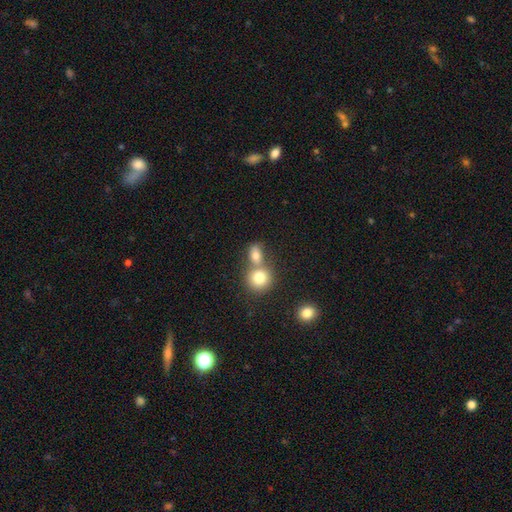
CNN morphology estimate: smooth_or_featured: smooth (p=0.78) [alt: featured or disk p=0.11]
how_rounded: round (p=0.52) [alt: in between p=0.46]
merging: merger (p=0.50) [alt: none p=0.38]